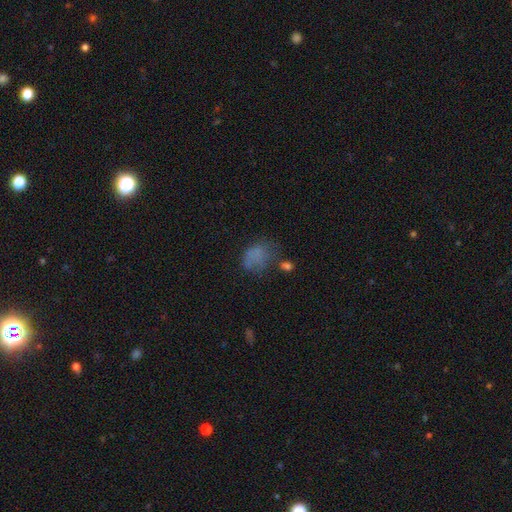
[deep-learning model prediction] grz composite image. It shows a smooth galaxy with no disk features (62%) that is in between round and cigar-shaped (70%). Merging: none (38%).